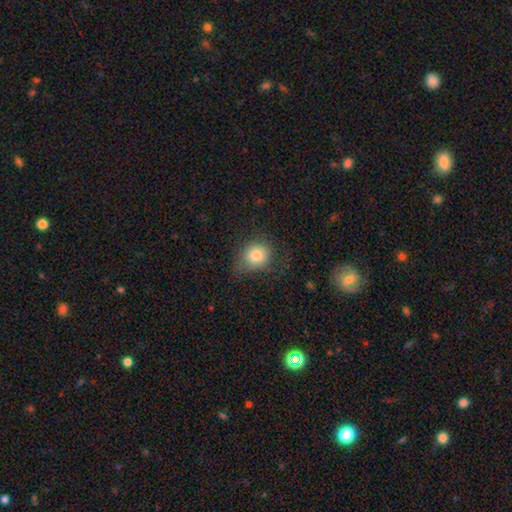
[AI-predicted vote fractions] smooth_or_featured: smooth (p=0.80) [alt: star or artifact p=0.10]
how_rounded: round (p=0.71) [alt: in between p=0.28]
merging: none (p=0.67) [alt: minor disturbance p=0.21]